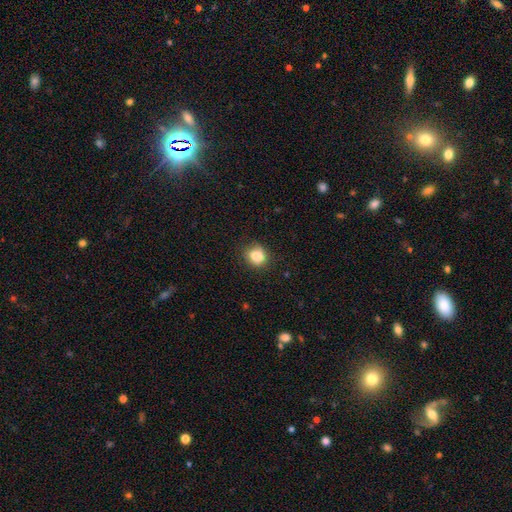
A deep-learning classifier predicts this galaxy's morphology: Smooth or featured: smooth — 79% (featured or disk — 11%)
How rounded: round — 72% (in between — 27%)
Merging: none — 71% (minor disturbance — 20%)